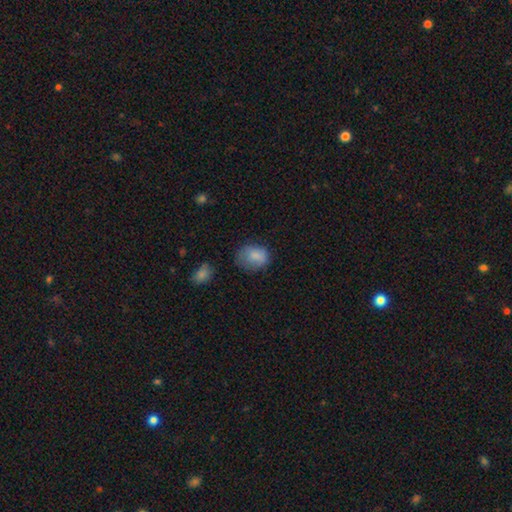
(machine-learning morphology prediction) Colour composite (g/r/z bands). It shows a smooth galaxy with no disk features (83%) that is in between round and cigar-shaped (58%). Merging: none (56%).